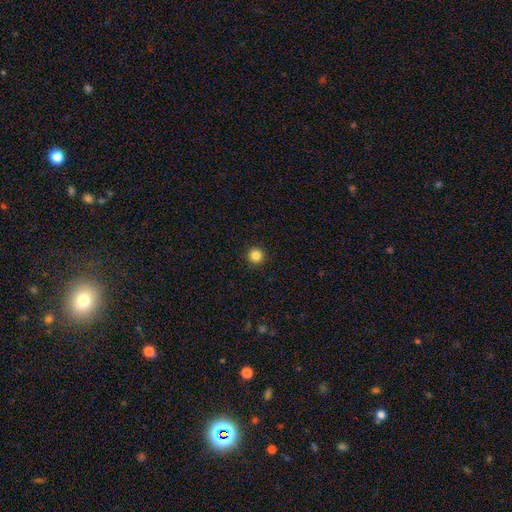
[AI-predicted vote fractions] Smooth or featured? smooth (85%)
How rounded? round (96%)
Merging? none (93%)